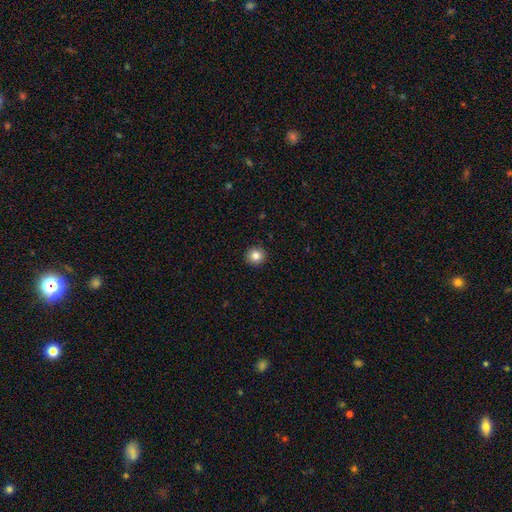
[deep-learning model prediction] smooth_or_featured: smooth (p=0.83) [alt: star or artifact p=0.10]
how_rounded: round (p=0.92) [alt: in between p=0.07]
merging: none (p=0.93) [alt: minor disturbance p=0.05]